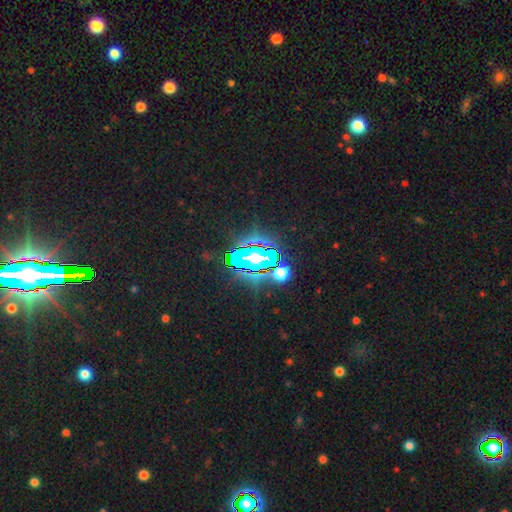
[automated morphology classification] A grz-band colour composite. It shows a star or artifact, not a galaxy (81%).